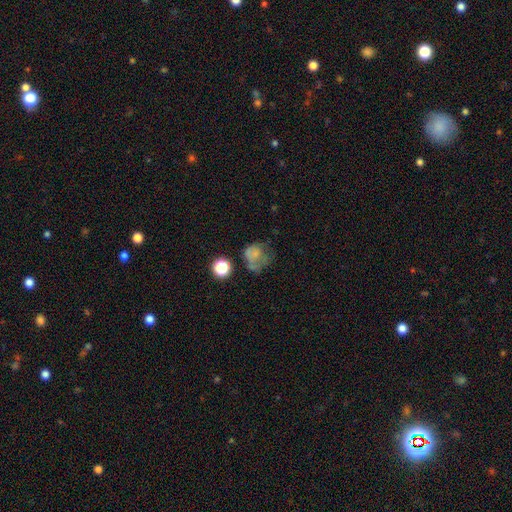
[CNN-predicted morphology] This is possibly a smooth galaxy (54%). How rounded: likely round (65%). Merging: marginally none (33%, tied with major disturbance).